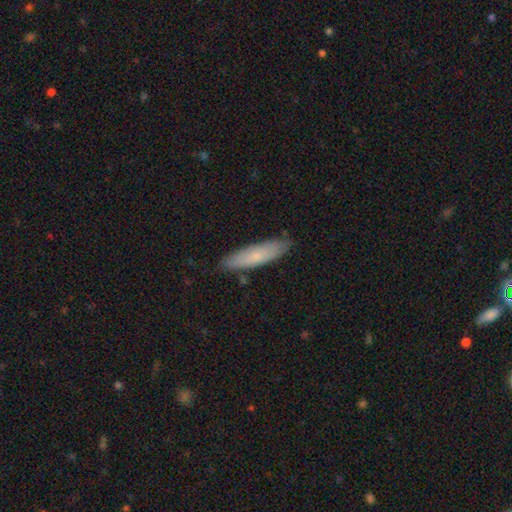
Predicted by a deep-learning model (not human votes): Smooth or featured? Predicted: smooth (p=0.69). How rounded? Predicted: cigar-shaped (p=0.77). Merging? Predicted: none (p=0.84).